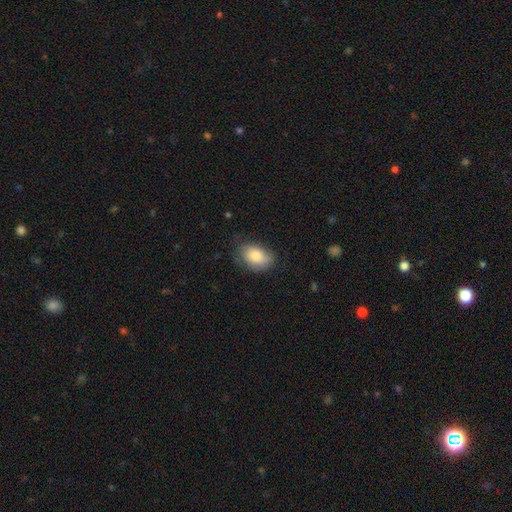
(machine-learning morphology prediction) smooth-or-featured: smooth: 79% | featured or disk: 14% | star or artifact: 7%
  how-rounded: in between: 80% | round: 18% | cigar-shaped: 1%
  merging: none: 69% | minor disturbance: 24% | major disturbance: 6% | merger: 1%